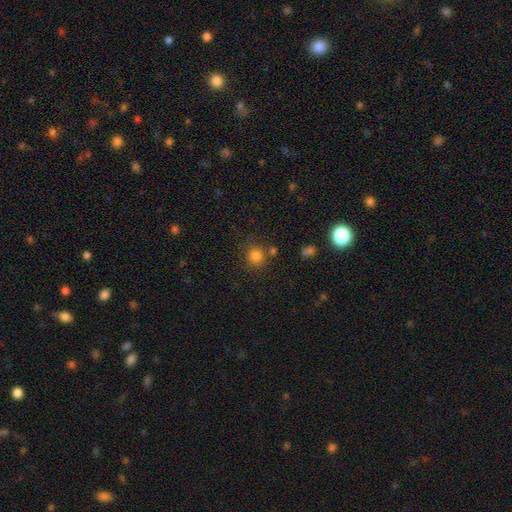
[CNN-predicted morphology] A smooth galaxy with no disk features (81%) that is round (87%).

Vote fractions:
- Smooth or featured? smooth: 81% / star or artifact: 13% / featured or disk: 6%
- How rounded? round: 87% / in between: 12% / cigar-shaped: 1%
- Merging? none: 75% / minor disturbance: 11% / merger: 10% / major disturbance: 4%